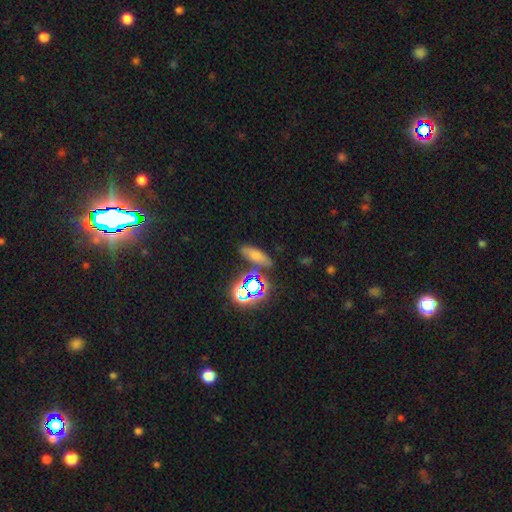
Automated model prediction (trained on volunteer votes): smooth_or_featured: smooth (p=0.58) [alt: star or artifact p=0.27]
how_rounded: in between (p=0.57) [alt: cigar-shaped p=0.33]
merging: none (p=0.74) [alt: minor disturbance p=0.13]